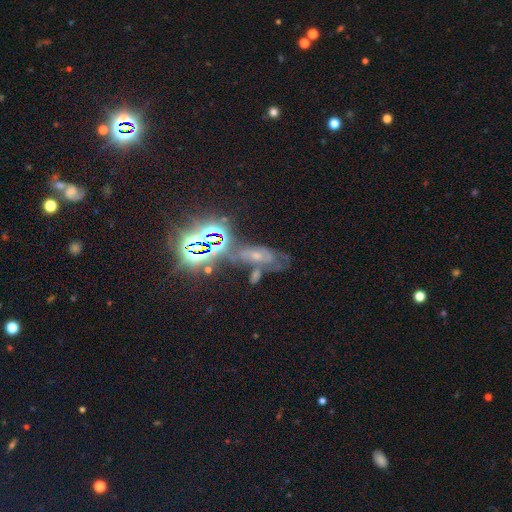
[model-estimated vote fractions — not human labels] Smooth or featured? Predicted: star or artifact (p=0.50).